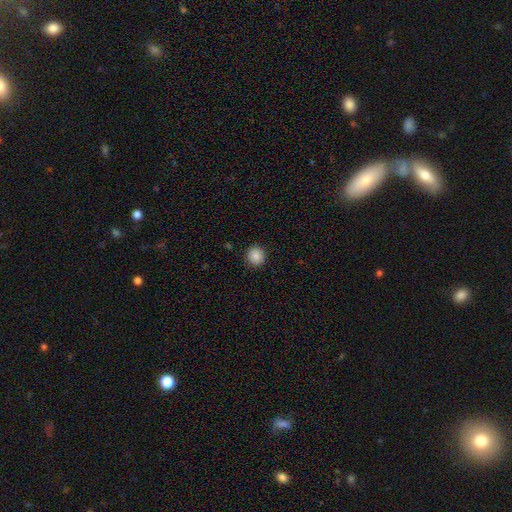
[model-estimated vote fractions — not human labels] The model was most divided on "how rounded": round: 88%, in between: 11%, cigar-shaped: 1%. More confident: merging — none (92%); smooth or featured — smooth (88%).